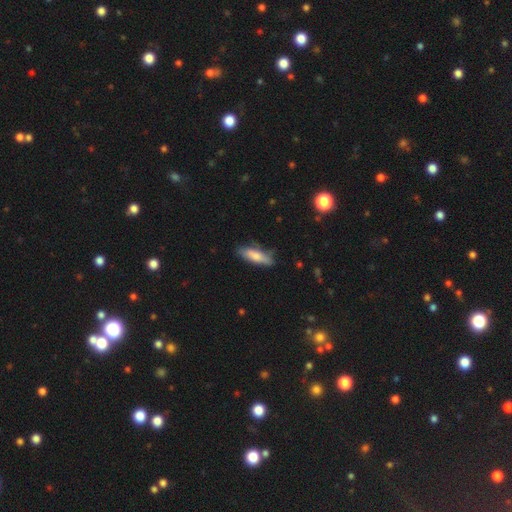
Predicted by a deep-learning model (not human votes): Smooth or featured: smooth — 74% (featured or disk — 20%)
How rounded: cigar-shaped — 53% (in between — 45%)
Merging: none — 72% (minor disturbance — 22%)